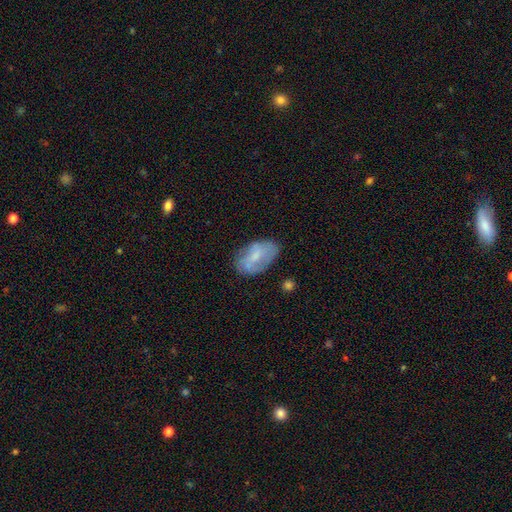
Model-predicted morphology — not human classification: smooth 50%, featured or disk 43%, star or artifact 7%. Down the decision tree: merging — none (63%).